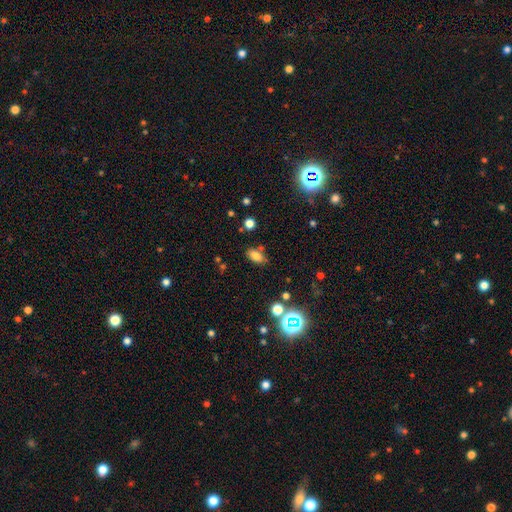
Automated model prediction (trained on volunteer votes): smooth-or-featured: smooth: 77% | star or artifact: 14% | featured or disk: 9%
  how-rounded: in between: 88% | round: 8% | cigar-shaped: 4%
  merging: none: 76% | minor disturbance: 14% | merger: 6% | major disturbance: 4%